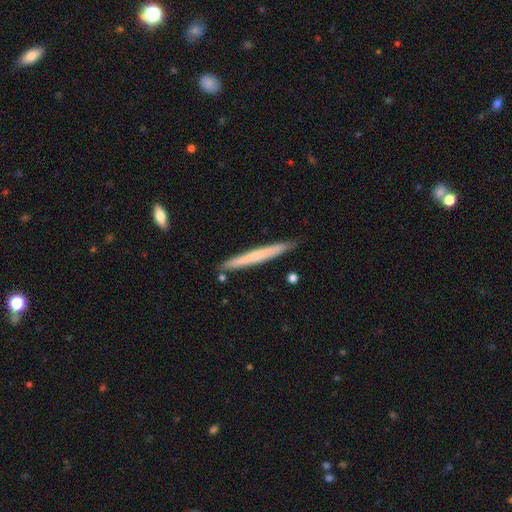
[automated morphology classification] A smooth galaxy with no disk features (56%) that is cigar-shaped (97%). Merging: none (87%).